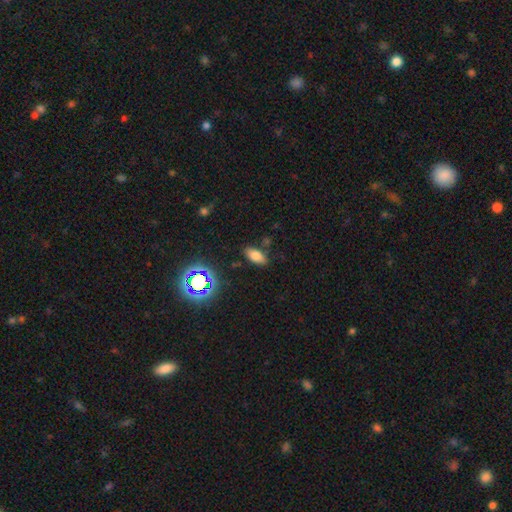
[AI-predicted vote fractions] A smooth galaxy with no disk features (75%) that is in between round and cigar-shaped (87%).

Vote fractions:
- Smooth or featured? smooth: 75% / star or artifact: 16% / featured or disk: 10%
- How rounded? in between: 87% / cigar-shaped: 8% / round: 5%
- Merging? none: 82% / minor disturbance: 11% / merger: 3% / major disturbance: 3%